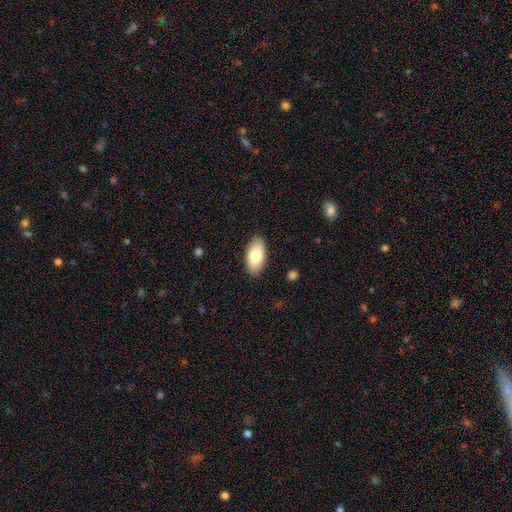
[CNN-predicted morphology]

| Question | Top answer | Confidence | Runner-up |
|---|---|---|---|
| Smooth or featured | smooth | 80% | featured or disk (14%) |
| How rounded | in between | 94% | cigar-shaped (3%) |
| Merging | none | 88% | minor disturbance (9%) |